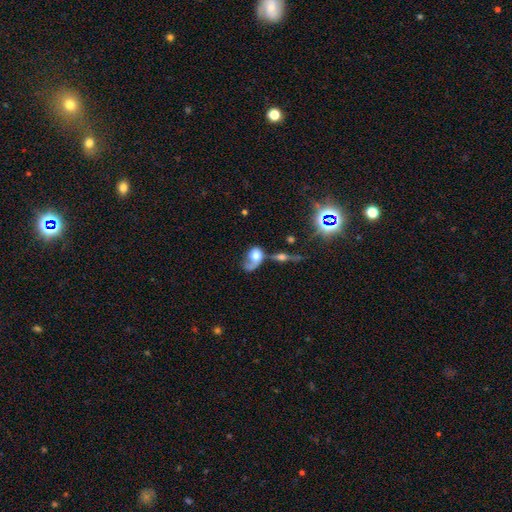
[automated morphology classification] smooth_or_featured: smooth (p=0.53) [alt: featured or disk p=0.36]
how_rounded: in between (p=0.61) [alt: round p=0.36]
merging: major disturbance (p=0.33) [alt: merger p=0.31]